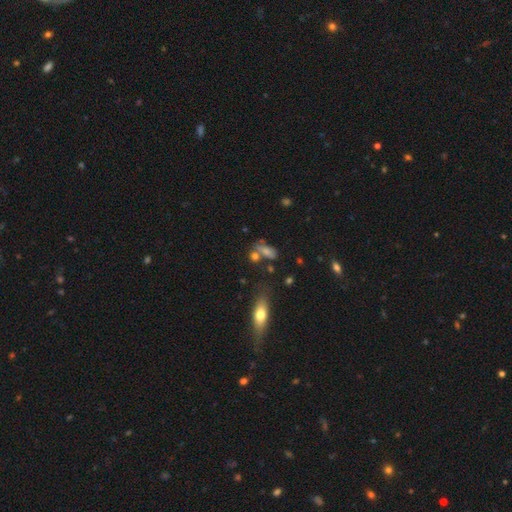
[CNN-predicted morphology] This appears to be a smooth galaxy with no disk features (59%) that is in between round and cigar-shaped (64%). Merging: none (48%).